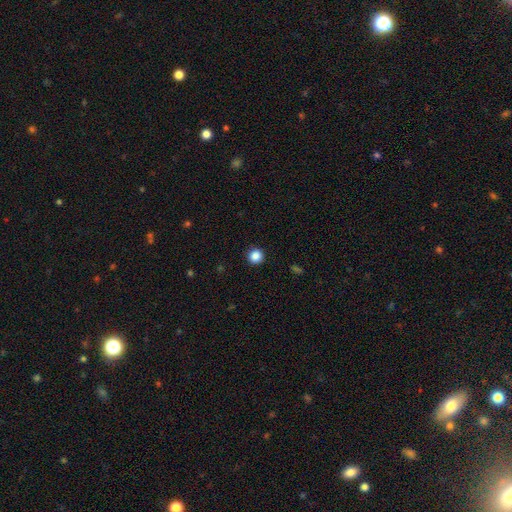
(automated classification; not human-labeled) Smooth or featured? Predicted: smooth (p=0.87). How rounded? Predicted: round (p=0.95). Merging? Predicted: none (p=0.93).